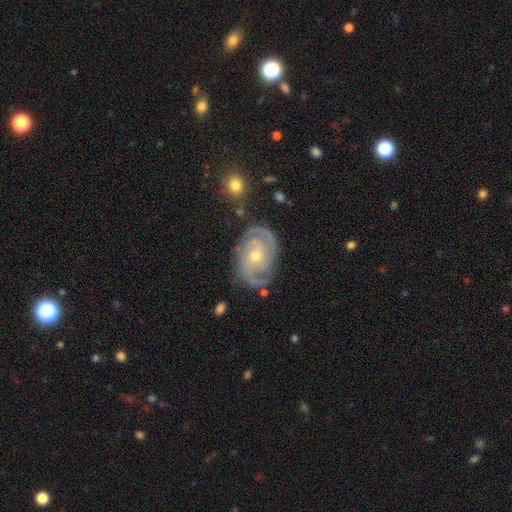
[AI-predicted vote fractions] The model was most divided on "bulge size": small: 49%, moderate: 48%, large: 1%, none: 1%, dominant: 1%. Remaining: spiral arms — yes (97%); edge-on disk — no (97%); smooth or featured — featured or disk (90%); merging — none (76%); bar — no (69%); spiral winding — tight (64%); spiral arm count — 2 (50%).